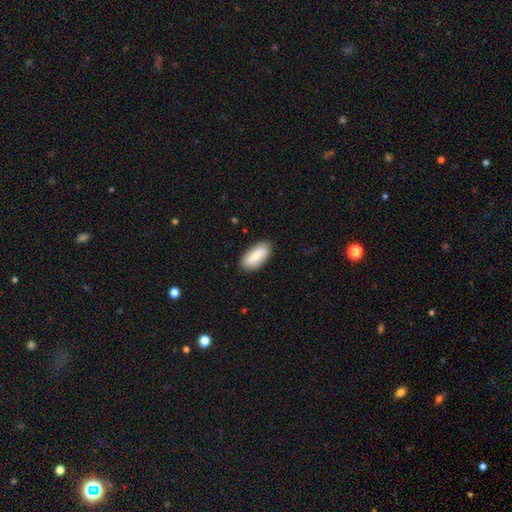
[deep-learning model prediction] Smooth or featured: smooth — 68% (featured or disk — 26%)
How rounded: in between — 90% (cigar-shaped — 8%)
Merging: none — 87% (minor disturbance — 10%)